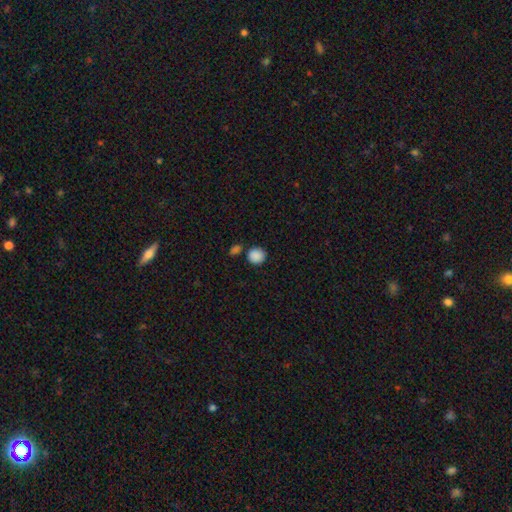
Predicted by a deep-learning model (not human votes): smooth_or_featured: smooth (p=0.88) [alt: star or artifact p=0.09]
how_rounded: round (p=0.86) [alt: in between p=0.13]
merging: none (p=0.77) [alt: minor disturbance p=0.10]